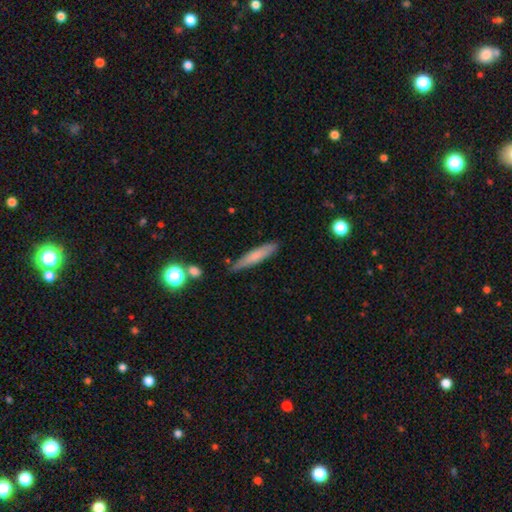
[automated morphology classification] Smooth or featured? smooth (69%)
How rounded? cigar-shaped (90%)
Merging? none (83%)